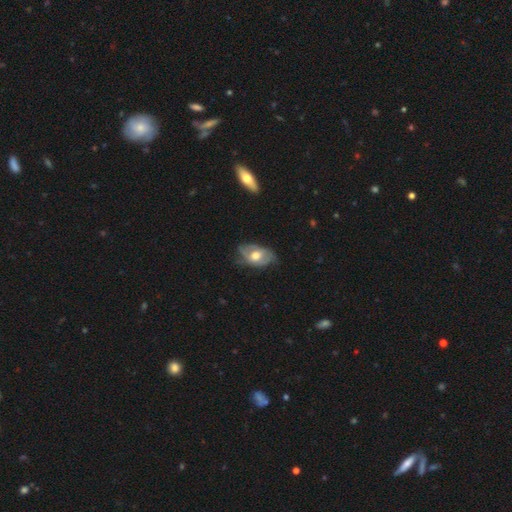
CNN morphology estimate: Smooth or featured? Predicted: featured or disk (p=0.56). Edge-on disk? Predicted: no (p=0.92). Bar? Predicted: no (p=0.70). Spiral arms? Predicted: yes (p=0.64). Bulge size? Predicted: moderate (p=0.57). Merging? Predicted: none (p=0.54).